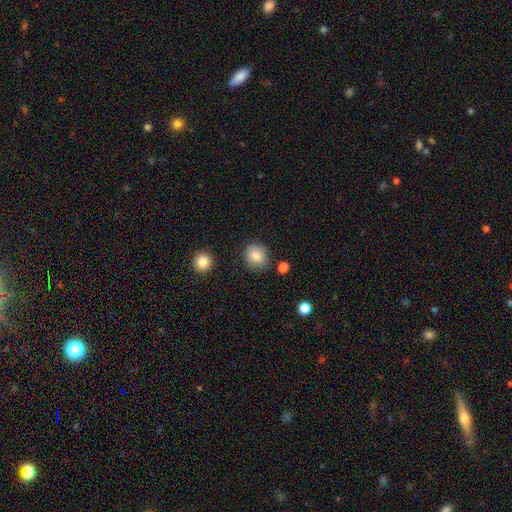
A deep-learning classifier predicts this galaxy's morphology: smooth 82%, featured or disk 10%, star or artifact 9%. Down the decision tree: how rounded — round (70%); merging — none (80%).